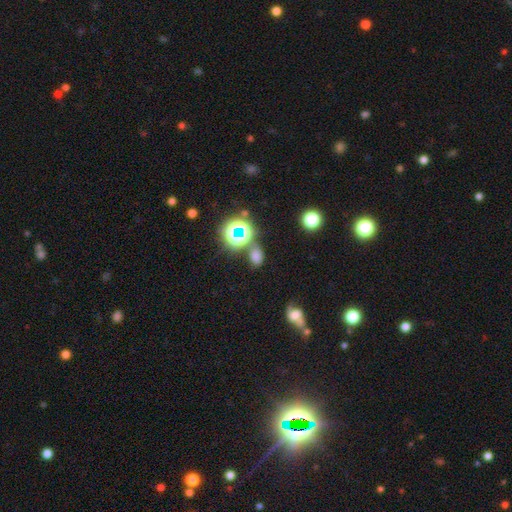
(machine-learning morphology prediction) smooth_or_featured: smooth (p=0.63) [alt: star or artifact p=0.27]
how_rounded: in between (p=0.71) [alt: round p=0.27]
merging: none (p=0.63) [alt: minor disturbance p=0.15]